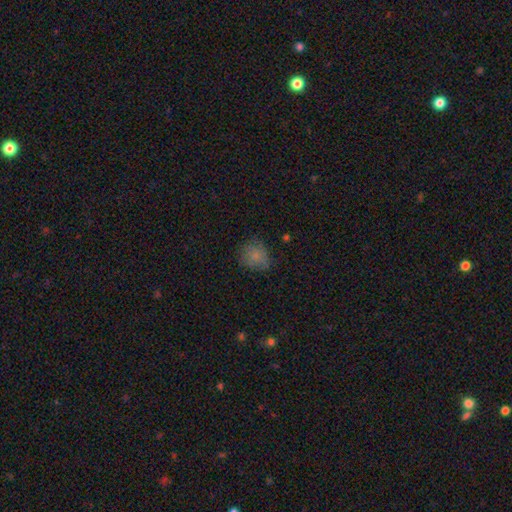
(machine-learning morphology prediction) smooth_or_featured: smooth (p=0.77) [alt: star or artifact p=0.12]
how_rounded: round (p=0.79) [alt: in between p=0.20]
merging: none (p=0.68) [alt: minor disturbance p=0.23]